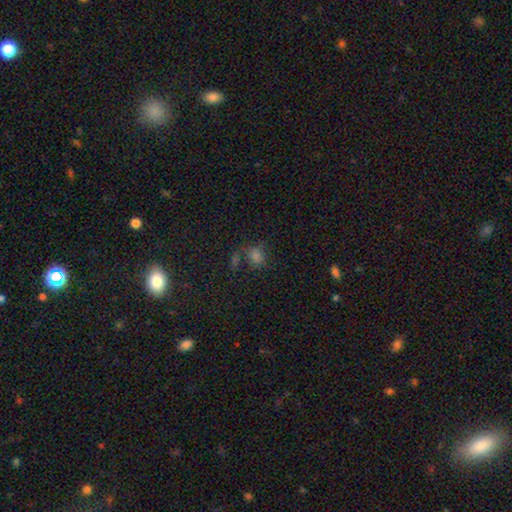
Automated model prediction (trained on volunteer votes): Smooth or featured: smooth — 59% (star or artifact — 31%)
How rounded: round — 58% (in between — 40%)
Merging: none — 58% (merger — 18%)